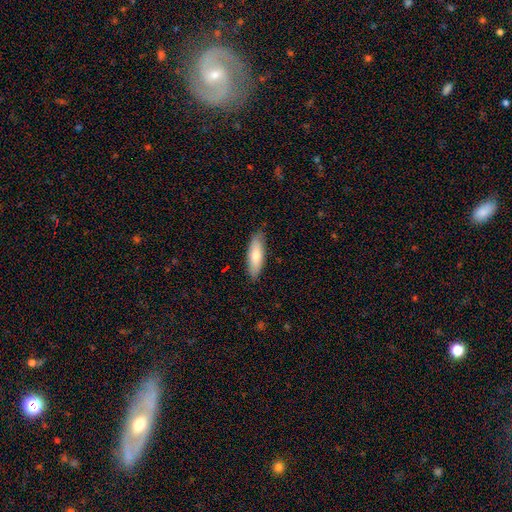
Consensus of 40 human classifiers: Smooth or featured? smooth (82%)
How rounded? in between (52%)
Merging? none (85%)